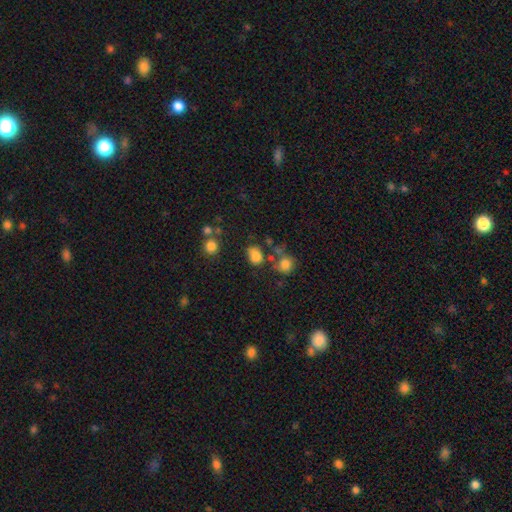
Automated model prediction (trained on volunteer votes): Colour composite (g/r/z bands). It shows a smooth galaxy with no disk features (80%) that is in between round and cigar-shaped (66%). Merging: none (64%).